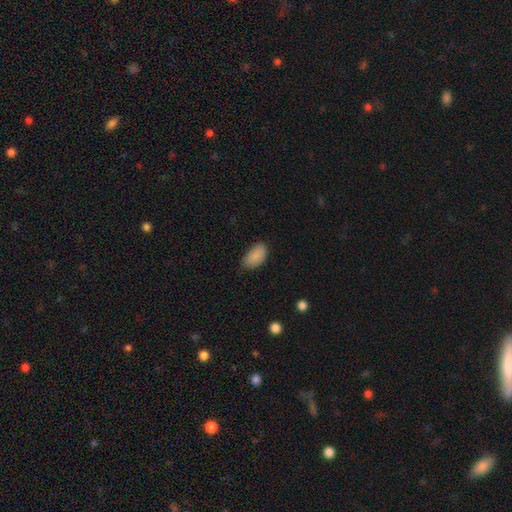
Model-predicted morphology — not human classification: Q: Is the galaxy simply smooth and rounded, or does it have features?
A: smooth — 88%.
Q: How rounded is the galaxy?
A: in between — 94%.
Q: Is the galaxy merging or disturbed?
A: none — 69%.